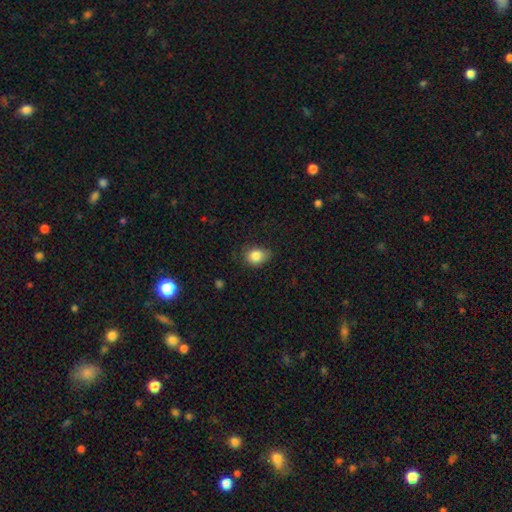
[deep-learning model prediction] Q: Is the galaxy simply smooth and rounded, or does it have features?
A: smooth — 84%.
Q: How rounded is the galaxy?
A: round — 50%.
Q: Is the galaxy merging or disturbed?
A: none — 66%.